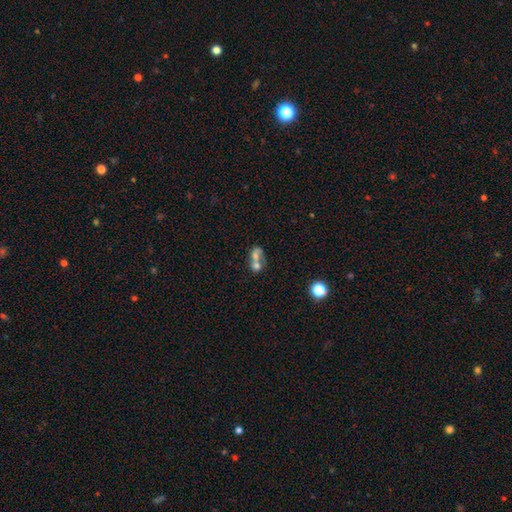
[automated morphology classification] Q: Smooth or featured?
A: smooth (53%); runner-up: featured or disk (33%)
Q: How rounded?
A: in between (60%); runner-up: round (37%)
Q: Merging?
A: merger (68%); runner-up: none (16%)